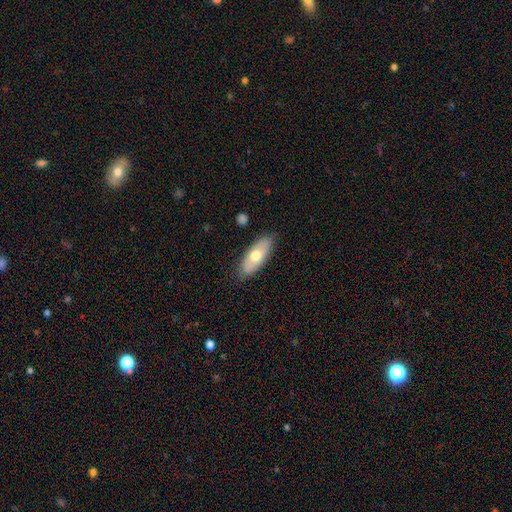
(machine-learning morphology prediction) smooth 62%, featured or disk 32%, star or artifact 6%. Down the decision tree: how rounded — in between (80%); merging — none (83%).